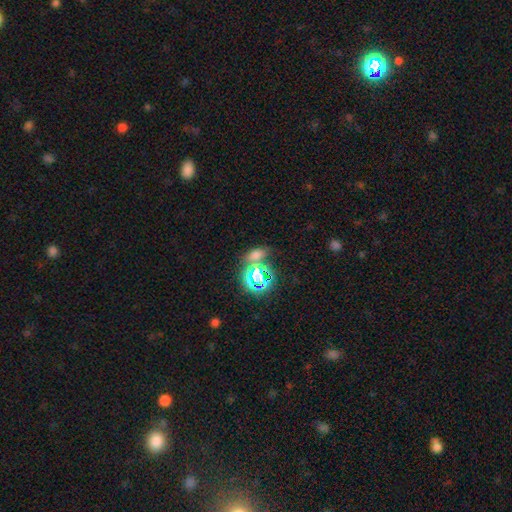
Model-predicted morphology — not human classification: A smooth galaxy with no disk features (47%). Merging: none (61%).